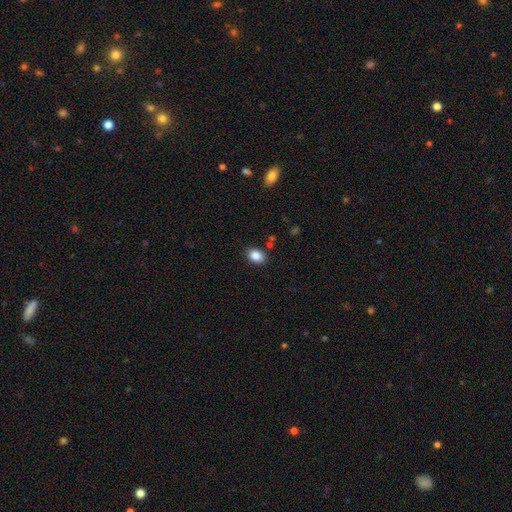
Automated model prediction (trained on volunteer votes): Smooth or featured? Predicted: smooth (p=0.87). How rounded? Predicted: in between (p=0.72). Merging? Predicted: none (p=0.85).